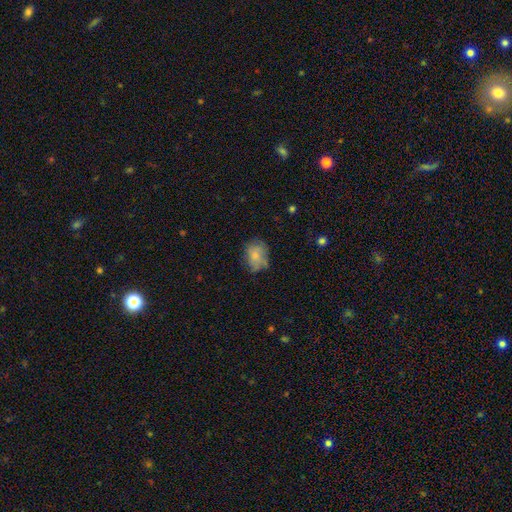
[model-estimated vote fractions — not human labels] smooth-or-featured: smooth: 73% | featured or disk: 18% | star or artifact: 9%
  how-rounded: in between: 60% | round: 39% | cigar-shaped: 1%
  merging: none: 60% | minor disturbance: 28% | major disturbance: 10% | merger: 2%